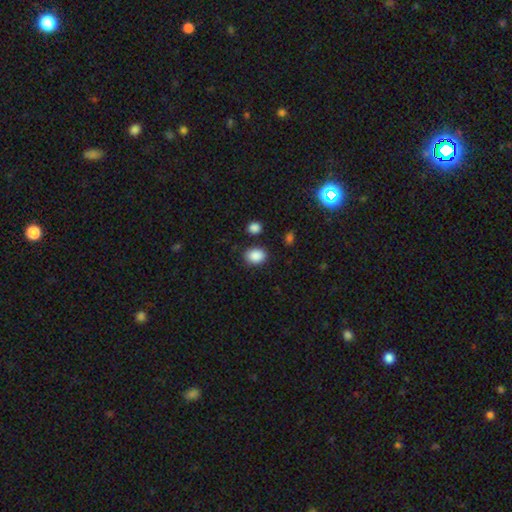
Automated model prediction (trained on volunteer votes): Overall: smooth (88%). How rounded: in between (65%; round 34%). Merging: none (81%).